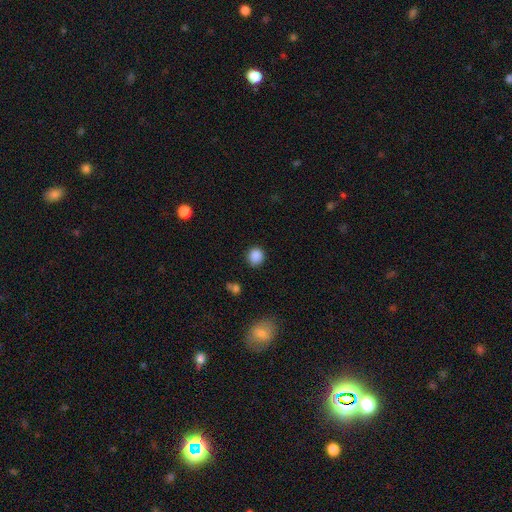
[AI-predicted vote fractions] This appears to be a smooth galaxy with no disk features (87%) that is round (85%). Merging: none (86%).